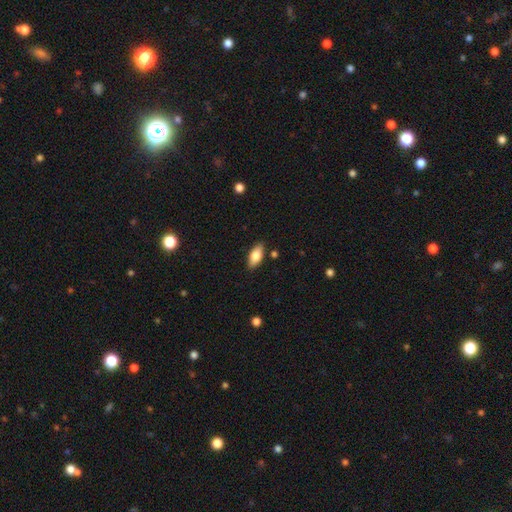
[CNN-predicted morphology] Smooth or featured? Predicted: smooth (p=0.77). How rounded? Predicted: in between (p=0.87). Merging? Predicted: none (p=0.85).